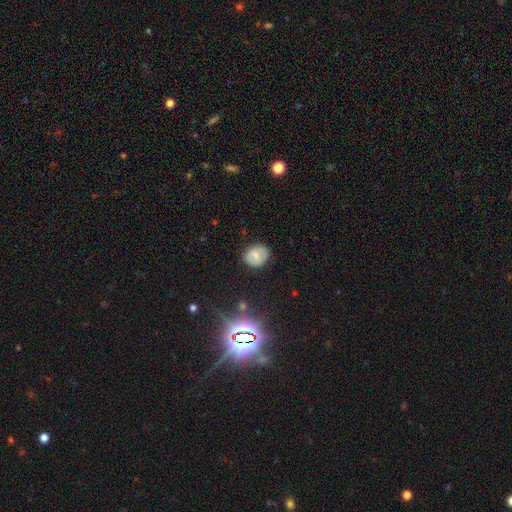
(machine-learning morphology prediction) smooth_or_featured: smooth (p=0.70) [alt: featured or disk p=0.18]
how_rounded: round (p=0.58) [alt: in between p=0.41]
merging: none (p=0.80) [alt: minor disturbance p=0.15]